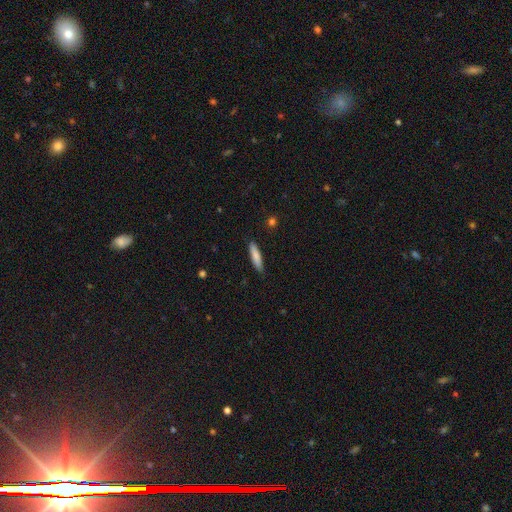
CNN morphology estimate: The model was most divided on "how rounded": cigar-shaped: 82%, in between: 17%, round: 1%. More confident: merging — none (87%); smooth or featured — smooth (82%).